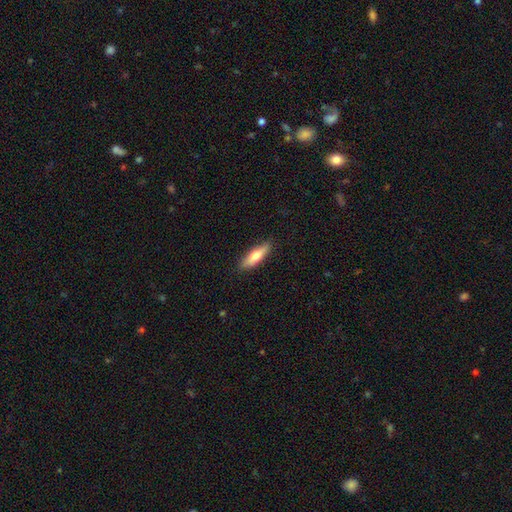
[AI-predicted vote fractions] This is likely a smooth galaxy (64%). How rounded: possibly cigar-shaped (56%). Merging: clearly none (86%).